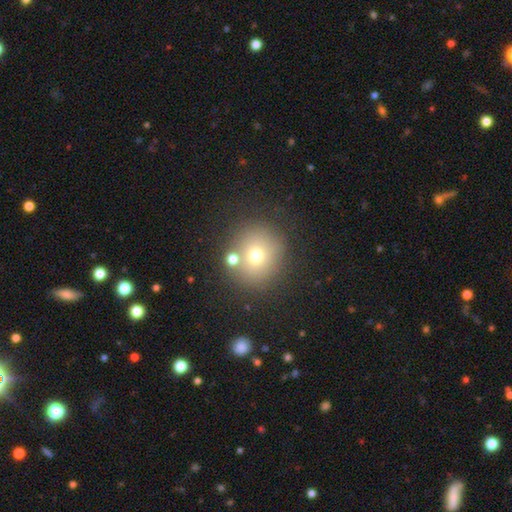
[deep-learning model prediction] A smooth galaxy with no disk features (67%) that is round (89%).

Vote fractions:
- Smooth or featured? smooth: 67% / star or artifact: 18% / featured or disk: 15%
- How rounded? round: 89% / in between: 10% / cigar-shaped: 1%
- Merging? none: 75% / merger: 11% / minor disturbance: 10% / major disturbance: 4%